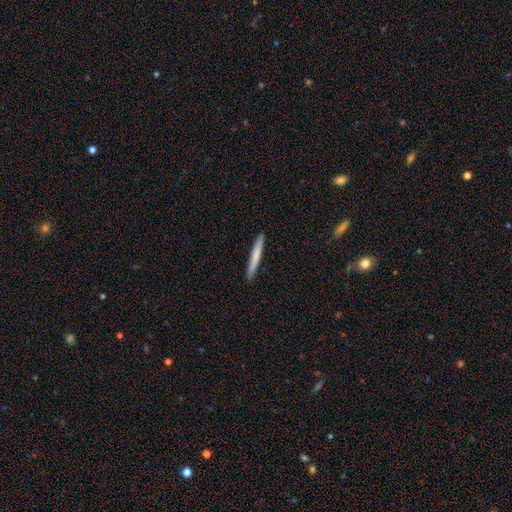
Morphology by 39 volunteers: Smooth or featured? smooth (79%)
How rounded? cigar-shaped (100%)
Merging? none (97%)